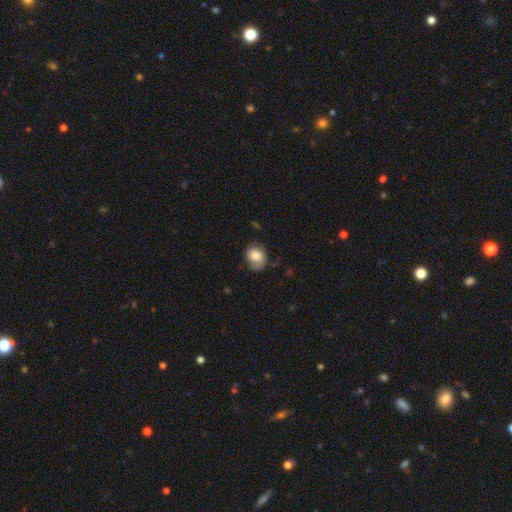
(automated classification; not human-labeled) smooth 79%, featured or disk 13%, star or artifact 8%. Down the decision tree: how rounded — round (57%); merging — none (65%).